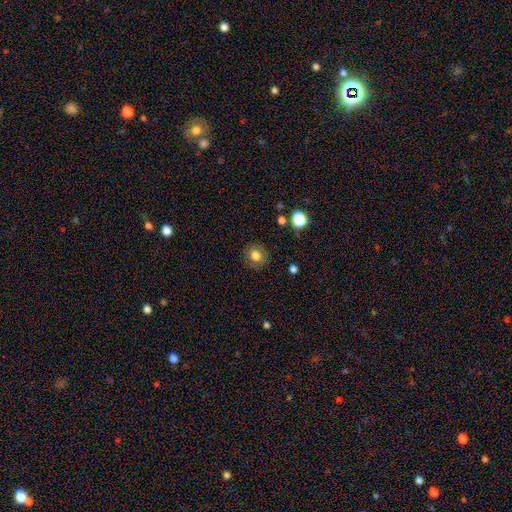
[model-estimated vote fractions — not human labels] Smooth or featured? smooth (78%)
How rounded? round (81%)
Merging? none (86%)